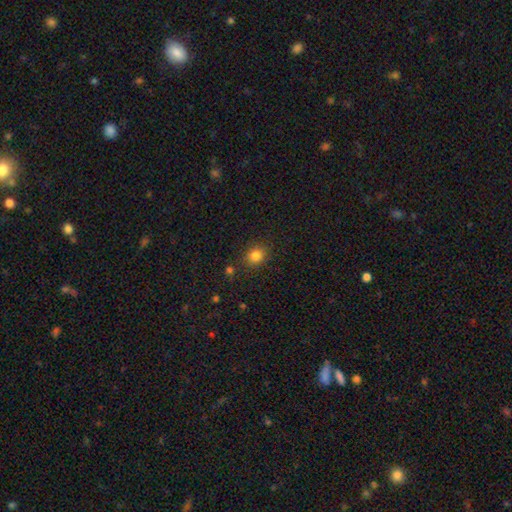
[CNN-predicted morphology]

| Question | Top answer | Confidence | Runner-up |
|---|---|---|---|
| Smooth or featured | smooth | 83% | star or artifact (12%) |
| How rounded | round | 65% | in between (34%) |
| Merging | none | 81% | minor disturbance (11%) |